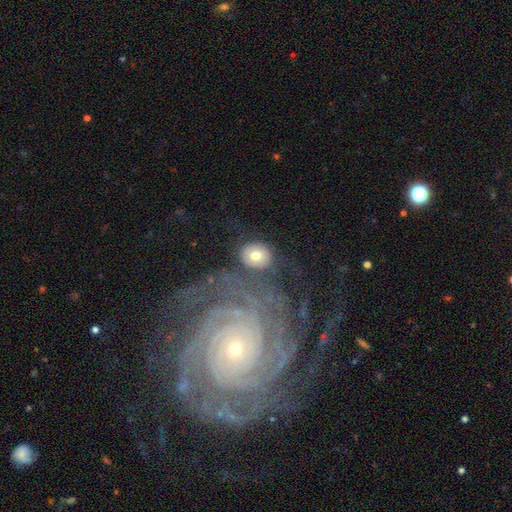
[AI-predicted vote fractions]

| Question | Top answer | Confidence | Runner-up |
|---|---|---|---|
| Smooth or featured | smooth | 65% | featured or disk (27%) |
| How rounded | round | 70% | in between (29%) |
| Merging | none | 71% | minor disturbance (14%) |